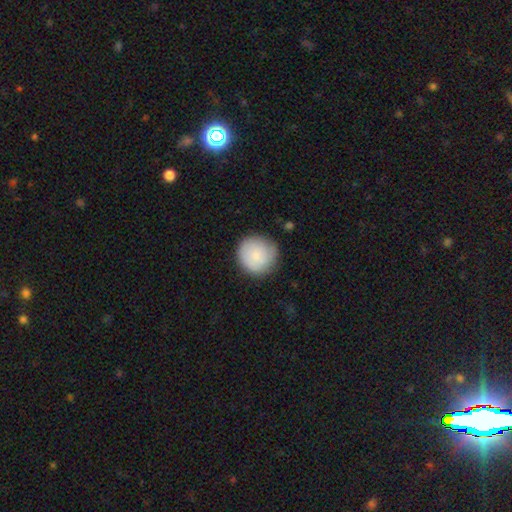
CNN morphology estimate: smooth_or_featured: smooth (p=0.84) [alt: featured or disk p=0.09]
how_rounded: round (p=0.94) [alt: in between p=0.05]
merging: none (p=0.79) [alt: minor disturbance p=0.16]